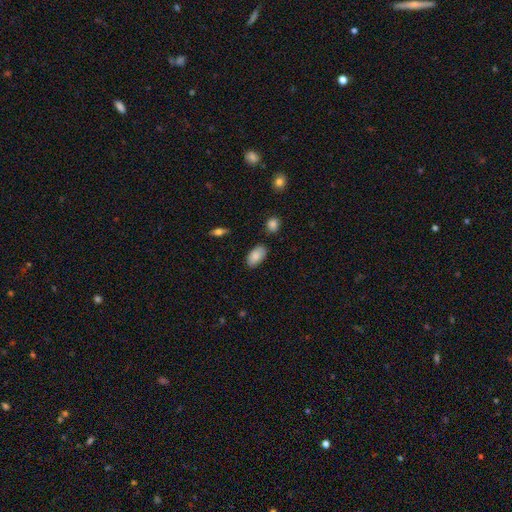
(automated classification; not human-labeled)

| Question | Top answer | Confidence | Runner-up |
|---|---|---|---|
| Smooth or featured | smooth | 86% | featured or disk (7%) |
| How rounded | in between | 95% | round (3%) |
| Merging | none | 81% | minor disturbance (14%) |